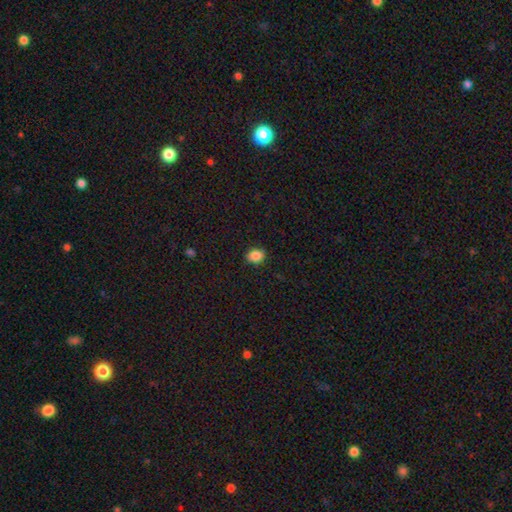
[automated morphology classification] This appears to be a smooth galaxy with no disk features (87%) that is in between round and cigar-shaped (55%). Merging: none (89%).